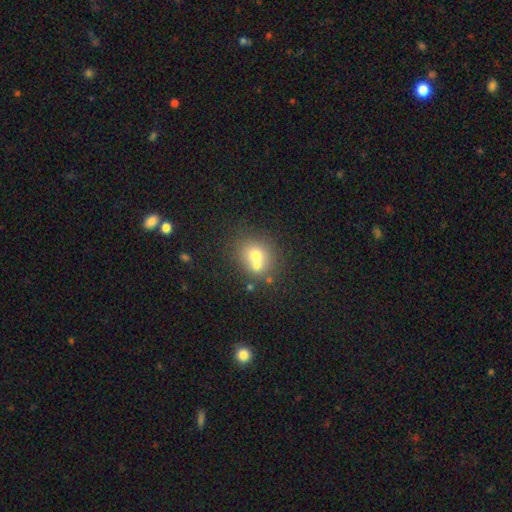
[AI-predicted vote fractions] This appears to be a smooth galaxy with no disk features (66%) that is round (76%). Merging: merger (51%).